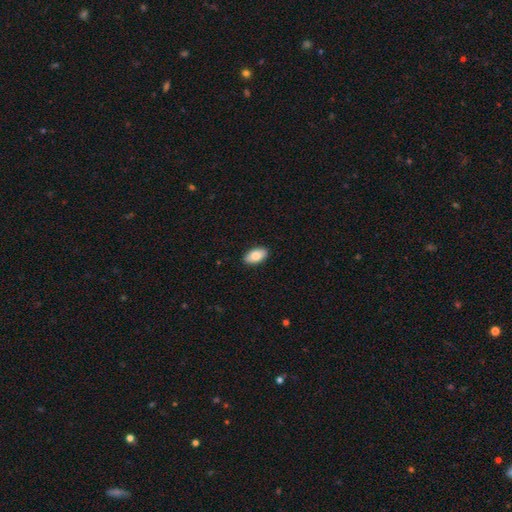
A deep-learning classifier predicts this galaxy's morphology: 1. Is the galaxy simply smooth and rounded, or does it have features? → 81% smooth, 13% featured or disk, 6% star or artifact.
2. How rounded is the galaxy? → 94% in between, 3% cigar-shaped, 3% round.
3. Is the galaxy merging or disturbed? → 90% none, 7% minor disturbance, 2% major disturbance, 1% merger.